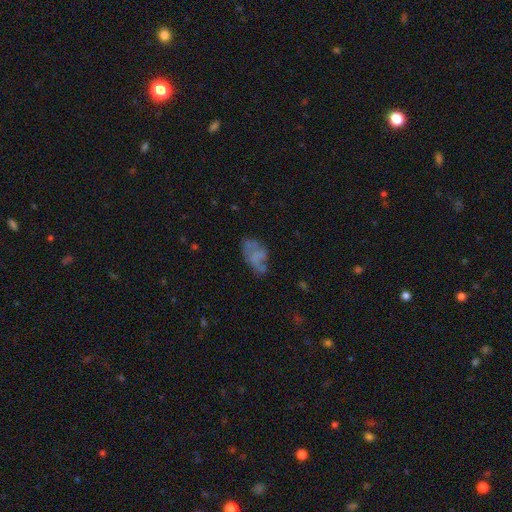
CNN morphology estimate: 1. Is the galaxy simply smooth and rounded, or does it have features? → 44% smooth, 43% featured or disk, 13% star or artifact.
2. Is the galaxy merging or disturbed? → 41% none, 26% minor disturbance, 25% major disturbance, 8% merger.